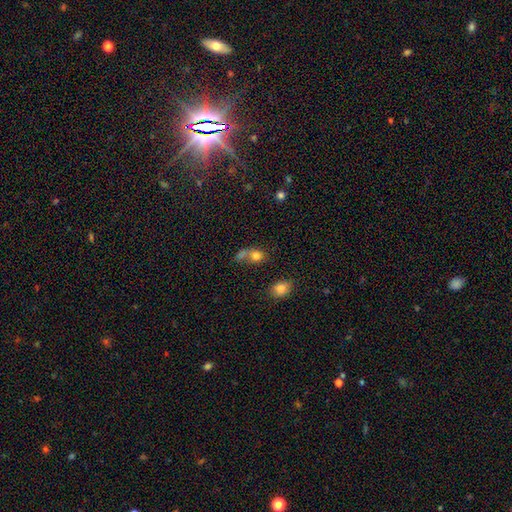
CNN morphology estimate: Overall: smooth (77%). How rounded: round (56%; in between 42%). Merging: merger (48%; none 34%).